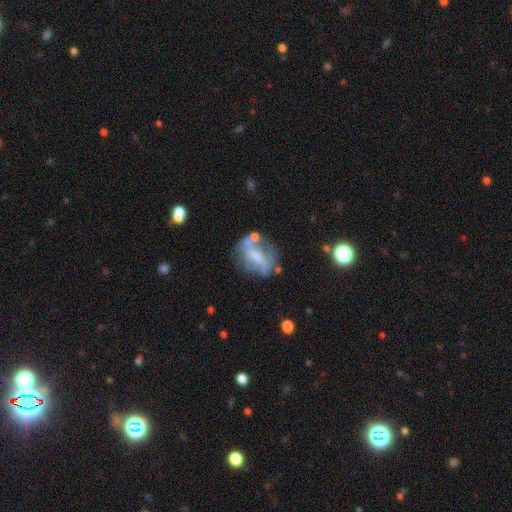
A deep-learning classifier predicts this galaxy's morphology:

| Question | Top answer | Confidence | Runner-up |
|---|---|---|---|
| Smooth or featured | featured or disk | 55% | smooth (34%) |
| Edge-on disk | no | 88% | yes (12%) |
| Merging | none | 52% | minor disturbance (23%) |